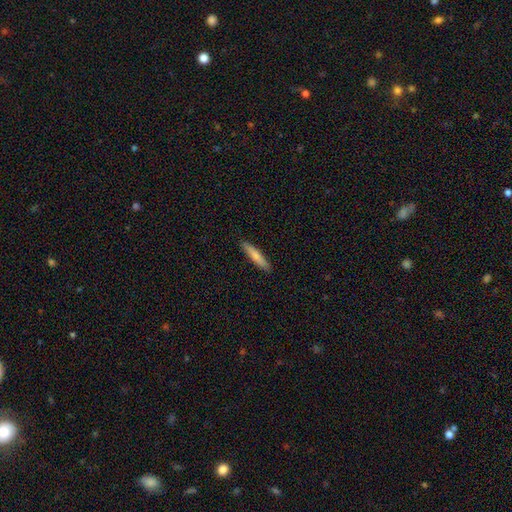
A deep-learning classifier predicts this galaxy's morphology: smooth 76%, featured or disk 18%, star or artifact 5%. Down the decision tree: how rounded — cigar-shaped (90%); merging — none (90%).